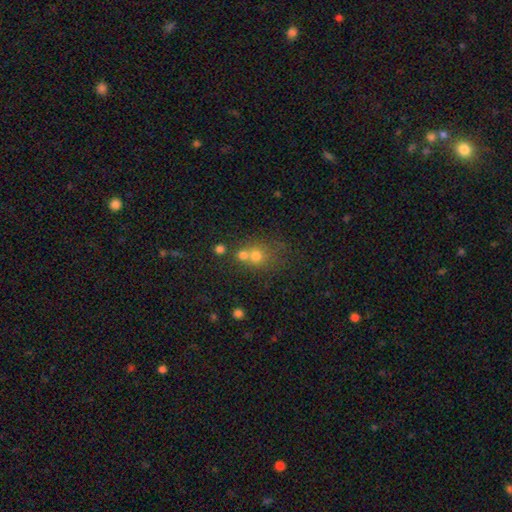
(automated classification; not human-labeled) smooth-or-featured: smooth: 68% | star or artifact: 18% | featured or disk: 15%
  how-rounded: round: 80% | in between: 19% | cigar-shaped: 1%
  merging: merger: 46% | none: 42% | minor disturbance: 8% | major disturbance: 4%